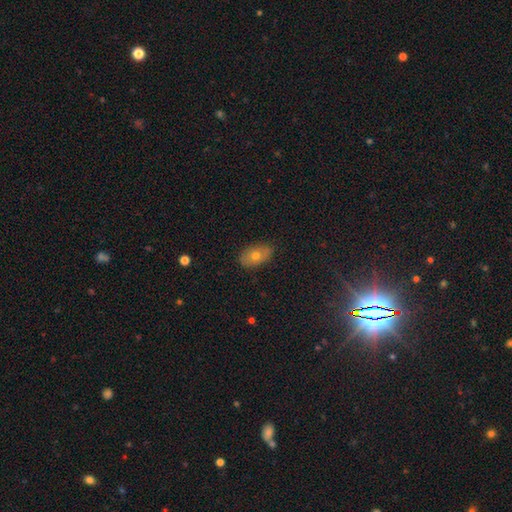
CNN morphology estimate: A smooth galaxy with no disk features (60%) that is in between round and cigar-shaped (88%). Merging: none (84%).